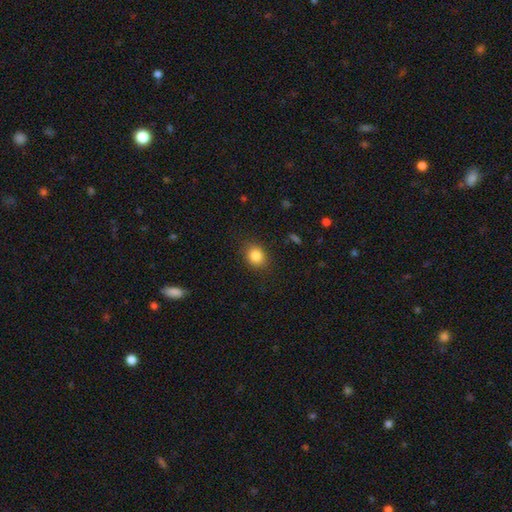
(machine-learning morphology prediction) Smooth or featured? Predicted: smooth (p=0.85). How rounded? Predicted: round (p=0.65). Merging? Predicted: none (p=0.85).